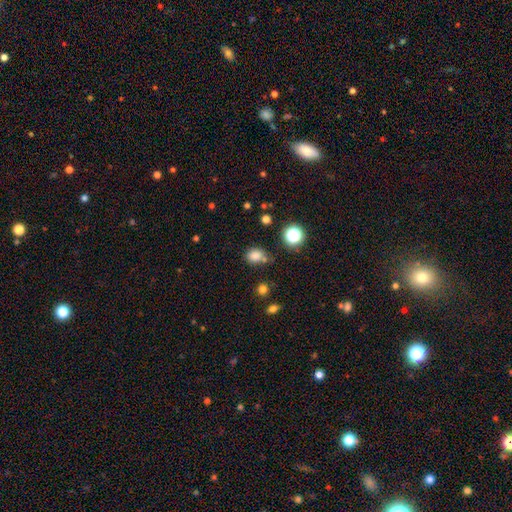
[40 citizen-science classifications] Overall: smooth (90%). How rounded: round (50%, tied with in between). Merging: none (65%).